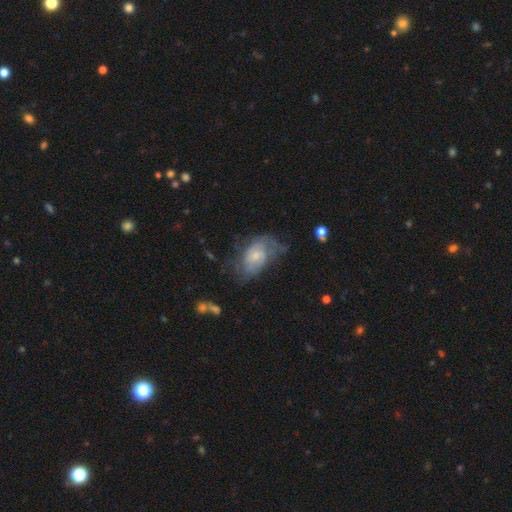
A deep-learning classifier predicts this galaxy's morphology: Smooth or featured? featured or disk (61%)
Edge-on disk? no (96%)
Bar? no (66%)
Spiral arms? yes (78%)
Bulge size? small (53%)
Merging? none (43%)